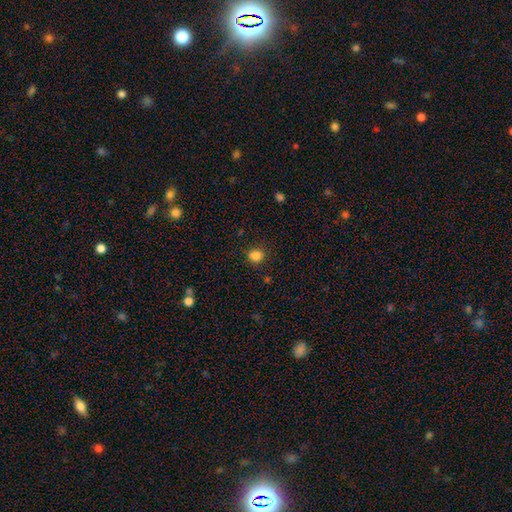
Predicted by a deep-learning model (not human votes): The model was most divided on "how rounded": round: 71%, in between: 28%, cigar-shaped: 1%. More confident: smooth or featured — smooth (84%); merging — none (84%).